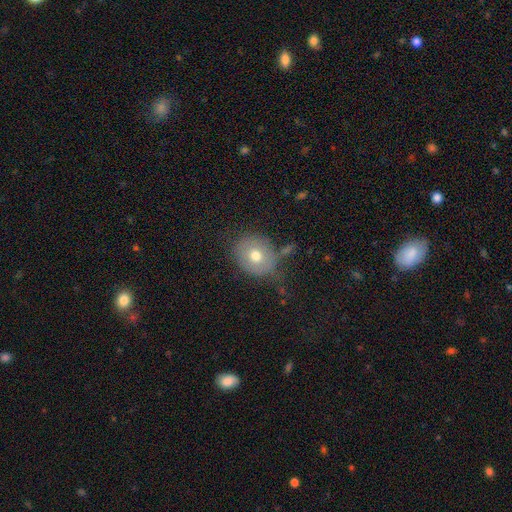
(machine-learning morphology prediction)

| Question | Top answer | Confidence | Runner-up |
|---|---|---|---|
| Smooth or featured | smooth | 68% | featured or disk (22%) |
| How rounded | round | 71% | in between (28%) |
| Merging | none | 64% | minor disturbance (21%) |